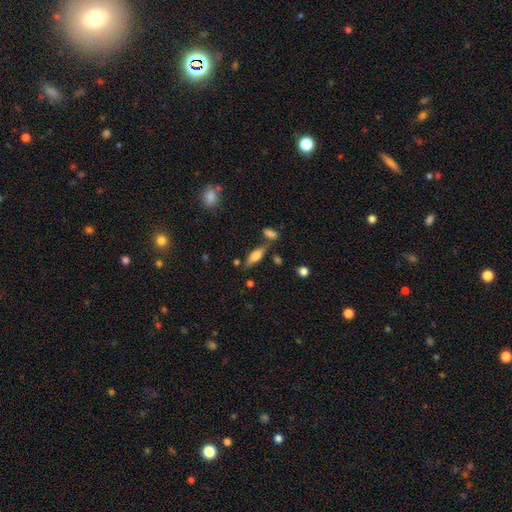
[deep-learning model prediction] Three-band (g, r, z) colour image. It shows a smooth galaxy with no disk features (56%) that is in between round and cigar-shaped (56%). Merging: none (70%).